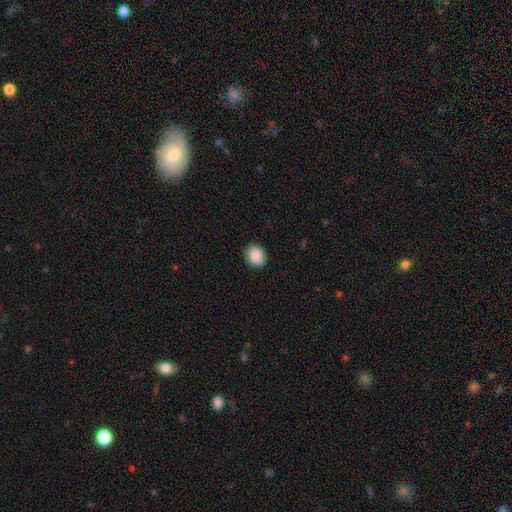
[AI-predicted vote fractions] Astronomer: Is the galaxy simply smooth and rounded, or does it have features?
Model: smooth — 89%.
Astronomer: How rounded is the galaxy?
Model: in between — 53% (runner-up: round, 46%).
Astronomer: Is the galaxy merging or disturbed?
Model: none — 88%.